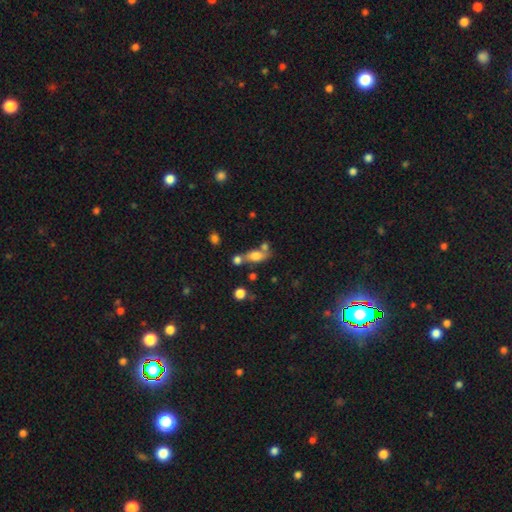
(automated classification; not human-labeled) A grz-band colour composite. It shows a smooth galaxy with no disk features (70%) that is in between round and cigar-shaped (75%). Merging: none (48%).